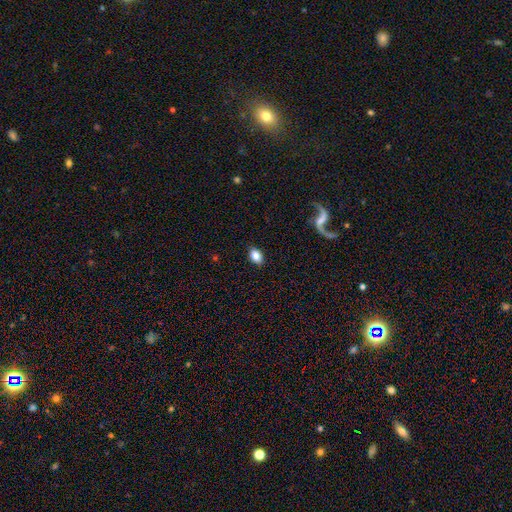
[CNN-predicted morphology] Smooth or featured? smooth (83%)
How rounded? in between (85%)
Merging? none (88%)